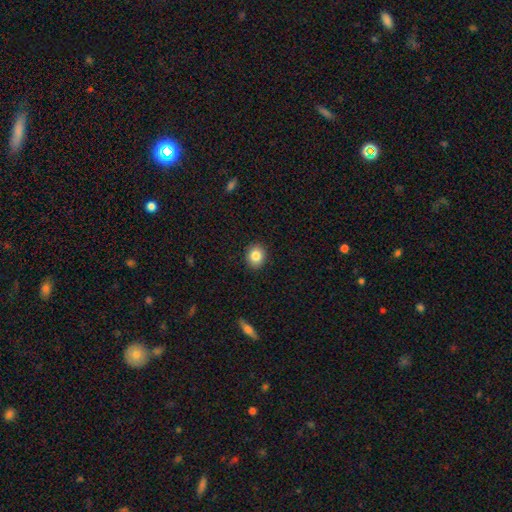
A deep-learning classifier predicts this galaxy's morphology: Smooth or featured? smooth (84%)
How rounded? round (68%)
Merging? none (91%)